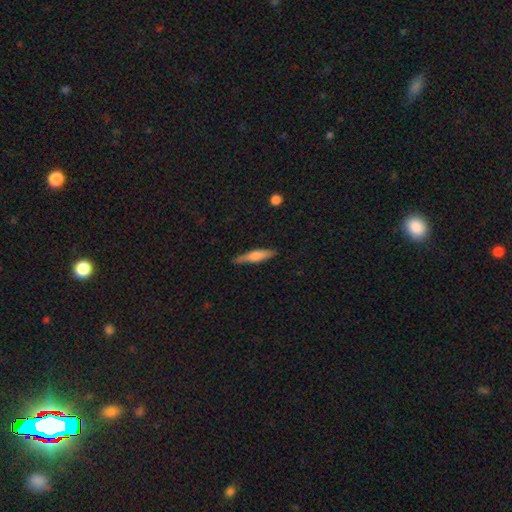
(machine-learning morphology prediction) This is possibly a smooth galaxy (56%). How rounded: clearly cigar-shaped (83%). Merging: clearly none (85%).